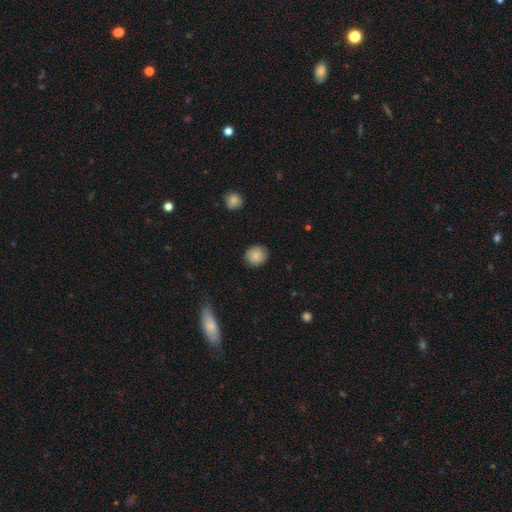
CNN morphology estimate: Smooth or featured? Predicted: smooth (p=0.88). How rounded? Predicted: round (p=0.87). Merging? Predicted: none (p=0.88).